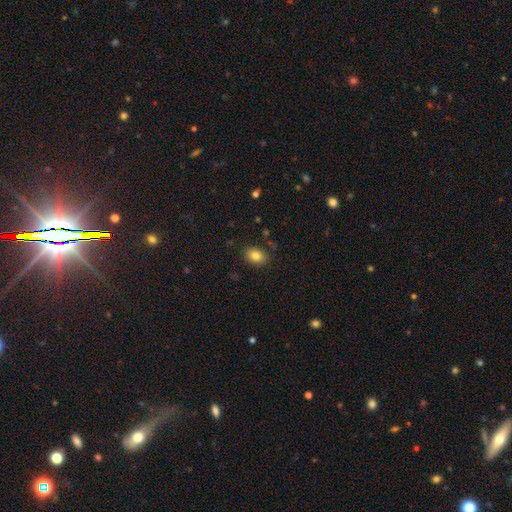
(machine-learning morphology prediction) Q: Smooth or featured?
A: smooth (83%); runner-up: star or artifact (9%)
Q: How rounded?
A: in between (71%); runner-up: round (28%)
Q: Merging?
A: none (85%); runner-up: minor disturbance (11%)